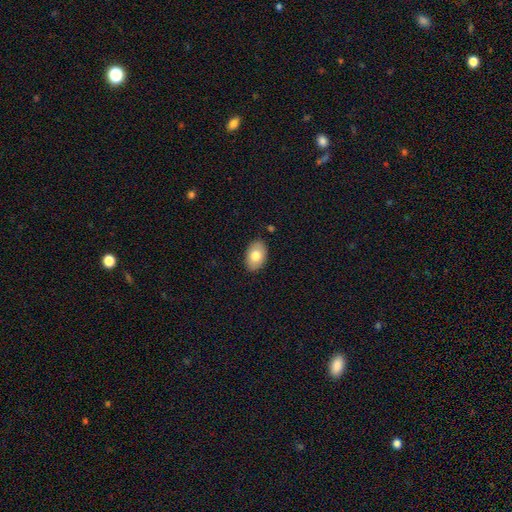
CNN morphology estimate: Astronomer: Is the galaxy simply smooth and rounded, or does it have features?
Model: smooth — 77%.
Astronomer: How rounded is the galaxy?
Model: in between — 88%.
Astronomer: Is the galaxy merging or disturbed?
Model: none — 87%.